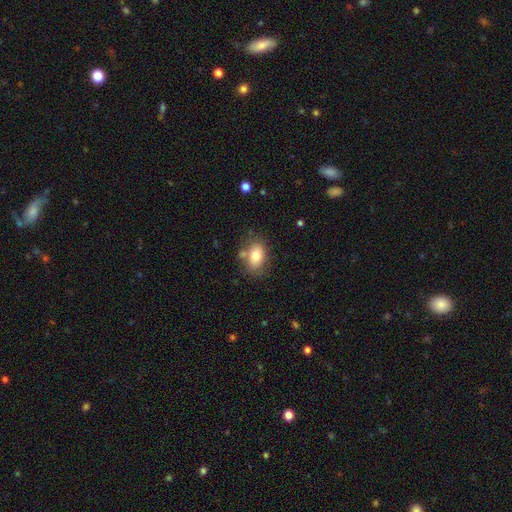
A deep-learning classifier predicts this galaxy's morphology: Smooth or featured: smooth — 78% (featured or disk — 14%)
How rounded: in between — 84% (round — 15%)
Merging: none — 68% (minor disturbance — 17%)